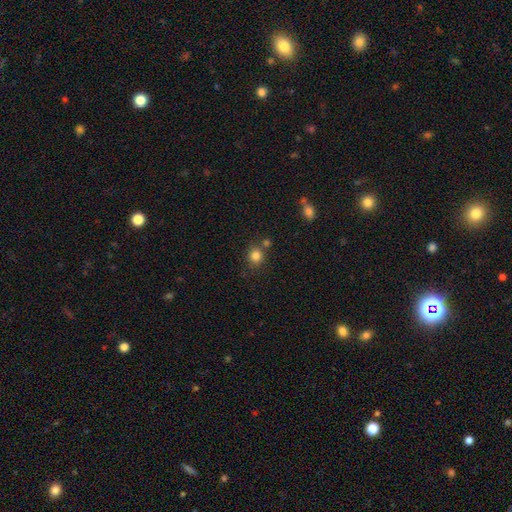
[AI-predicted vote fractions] A smooth galaxy with no disk features (82%) that is round (86%). Merging: none (73%).